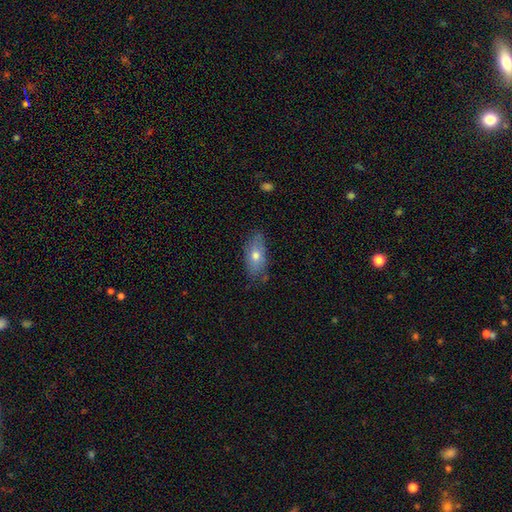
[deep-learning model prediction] smooth 63%, featured or disk 30%, star or artifact 7%. Down the decision tree: how rounded — in between (82%); merging — none (73%).